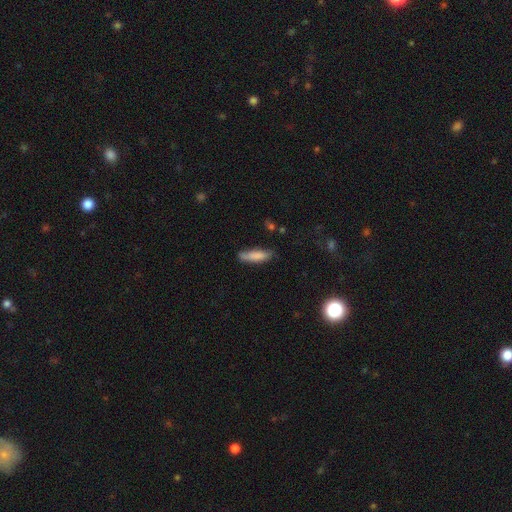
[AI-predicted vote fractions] Smooth or featured? Predicted: smooth (p=0.82). How rounded? Predicted: cigar-shaped (p=0.65). Merging? Predicted: none (p=0.72).